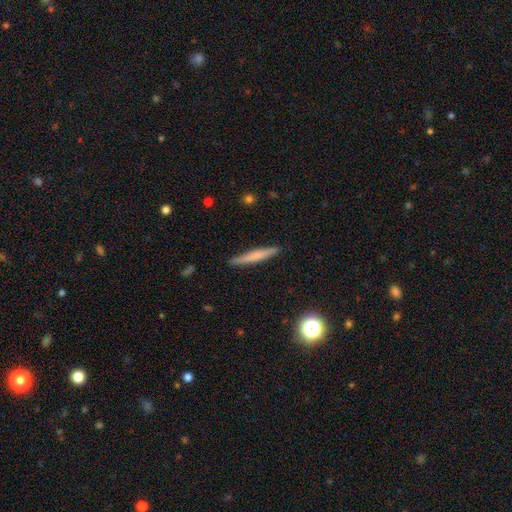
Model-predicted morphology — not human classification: Smooth or featured: smooth — 59% (featured or disk — 34%)
How rounded: cigar-shaped — 95% (in between — 4%)
Merging: none — 89% (minor disturbance — 8%)